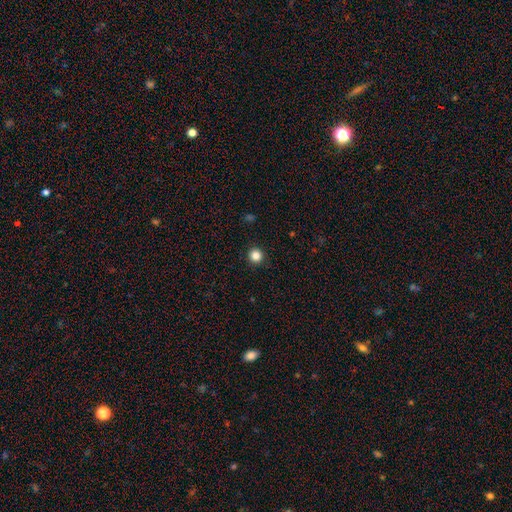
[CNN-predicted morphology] smooth-or-featured: smooth: 85% | star or artifact: 12% | featured or disk: 4%
  how-rounded: round: 95% | in between: 4% | cigar-shaped: 1%
  merging: none: 93% | minor disturbance: 5% | major disturbance: 2% | merger: 1%